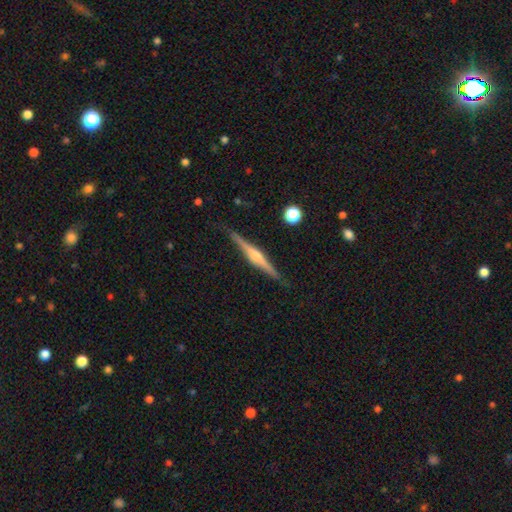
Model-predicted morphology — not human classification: Smooth or featured? Predicted: featured or disk (p=0.82). Edge-on disk? Predicted: yes (p=0.98). Edge-on bulge? Predicted: rounded (p=0.86). Merging? Predicted: none (p=0.89).